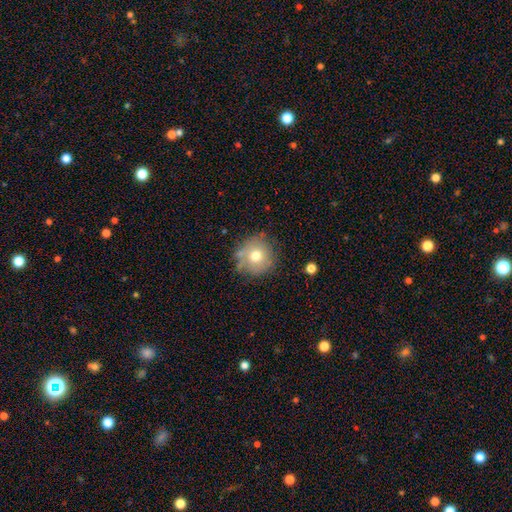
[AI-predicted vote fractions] Smooth or featured? Predicted: smooth (p=0.69). How rounded? Predicted: round (p=0.91). Merging? Predicted: none (p=0.73).